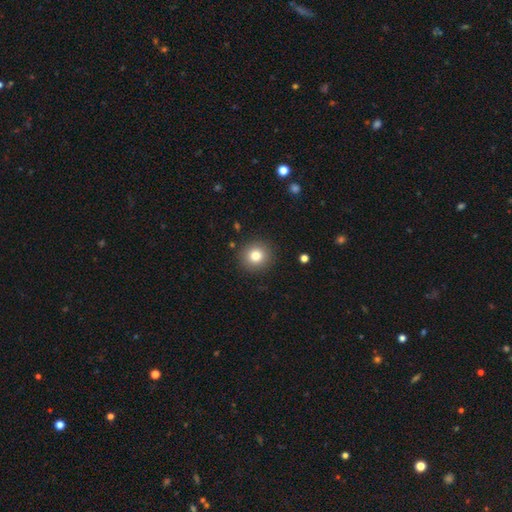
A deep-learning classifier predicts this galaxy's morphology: A smooth galaxy with no disk features (80%) that is round (91%).

Vote fractions:
- Smooth or featured? smooth: 80% / star or artifact: 11% / featured or disk: 9%
- How rounded? round: 91% / in between: 8% / cigar-shaped: 1%
- Merging? none: 90% / minor disturbance: 7% / major disturbance: 2% / merger: 1%